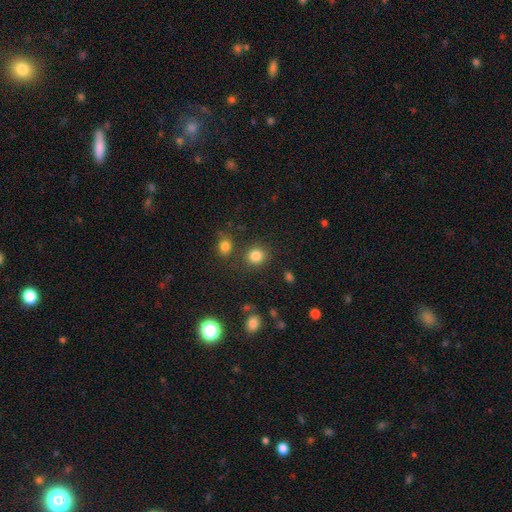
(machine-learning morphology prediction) Smooth or featured?
  - smooth: 84% *
  - star or artifact: 12%
  - featured or disk: 5%
How rounded?
  - round: 86% *
  - in between: 13%
  - cigar-shaped: 1%
Merging?
  - none: 82% *
  - minor disturbance: 8%
  - merger: 7%
  - major disturbance: 3%